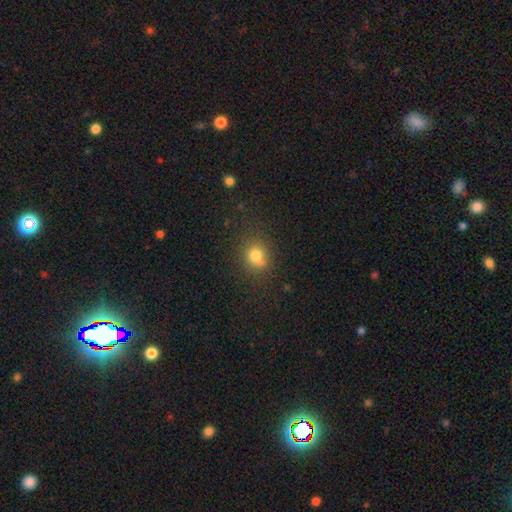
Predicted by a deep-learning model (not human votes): smooth_or_featured: smooth (p=0.77) [alt: star or artifact p=0.14]
how_rounded: round (p=0.67) [alt: in between p=0.31]
merging: none (p=0.64) [alt: minor disturbance p=0.18]